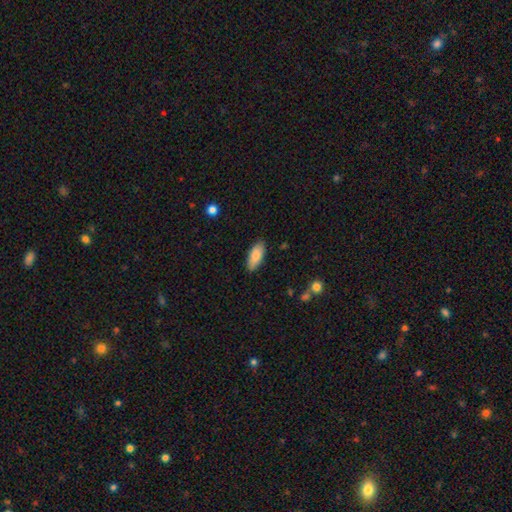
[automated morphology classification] smooth_or_featured: smooth (p=0.85) [alt: featured or disk p=0.09]
how_rounded: in between (p=0.84) [alt: cigar-shaped p=0.15]
merging: none (p=0.86) [alt: minor disturbance p=0.11]